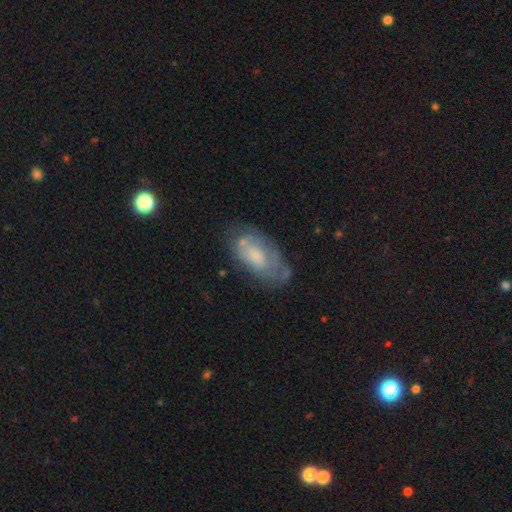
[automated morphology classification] Q: Smooth or featured?
A: featured or disk (48%); runner-up: smooth (45%)
Q: Merging?
A: none (52%); runner-up: minor disturbance (29%)